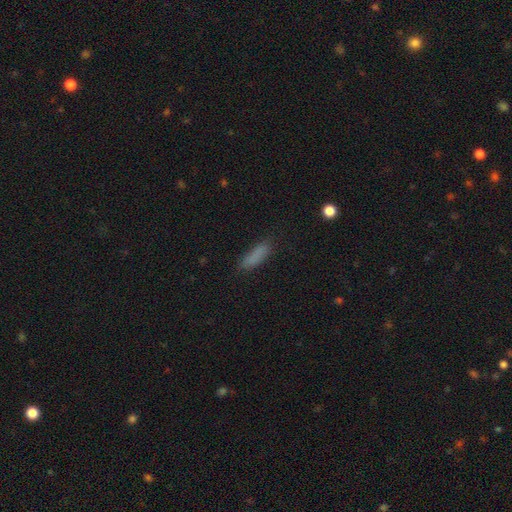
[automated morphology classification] A smooth galaxy with no disk features (83%) that is cigar-shaped (60%).

Vote fractions:
- Smooth or featured? smooth: 83% / star or artifact: 10% / featured or disk: 7%
- How rounded? cigar-shaped: 60% / in between: 38% / round: 2%
- Merging? none: 78% / minor disturbance: 16% / major disturbance: 4% / merger: 2%